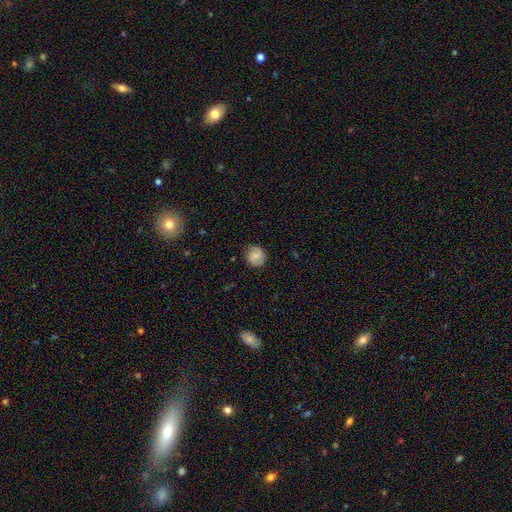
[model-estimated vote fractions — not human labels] Overall: smooth (57%; featured or disk 35%). How rounded: round (84%). Merging: none (79%).